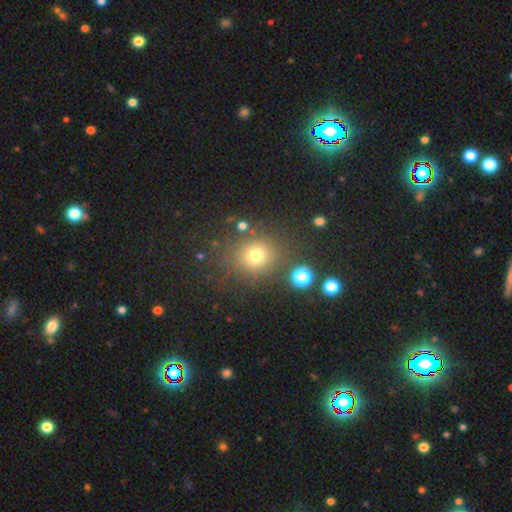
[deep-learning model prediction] The model was most divided on "smooth or featured": smooth: 71%, star or artifact: 20%, featured or disk: 9%. More confident: how rounded — round (82%); merging — none (79%).